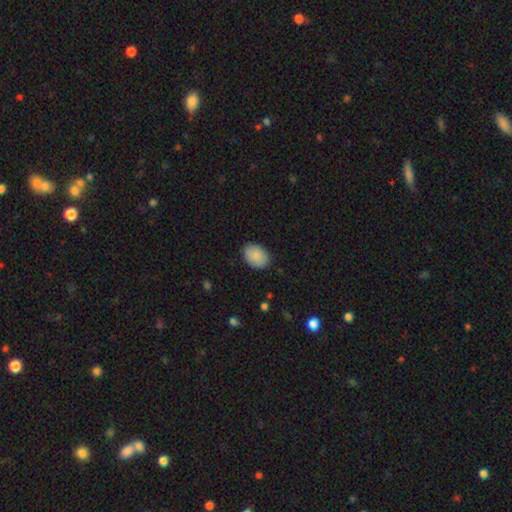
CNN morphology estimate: Smooth or featured: smooth — 88% (star or artifact — 7%)
How rounded: in between — 80% (round — 19%)
Merging: none — 87% (minor disturbance — 10%)